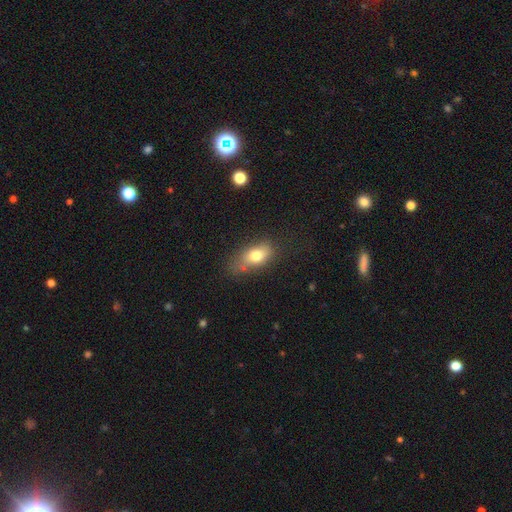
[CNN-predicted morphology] Overall: smooth (75%). How rounded: in between (81%). Merging: none (53%; minor disturbance 29%).